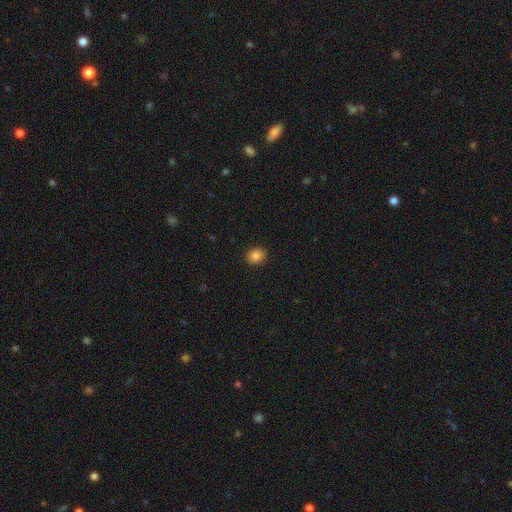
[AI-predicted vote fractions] Smooth or featured: smooth — 86% (star or artifact — 10%)
How rounded: round — 59% (in between — 40%)
Merging: none — 91% (minor disturbance — 6%)